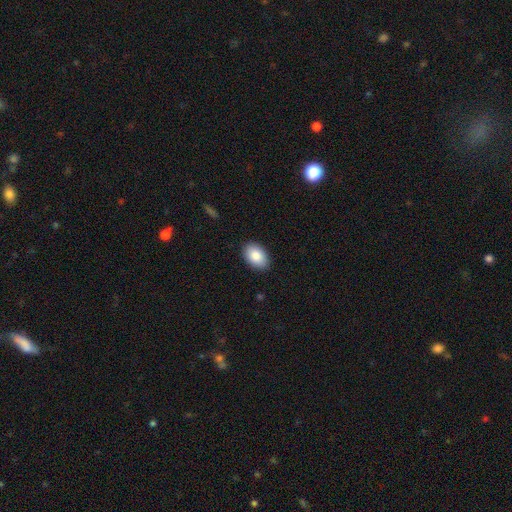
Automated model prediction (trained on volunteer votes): This is clearly a smooth galaxy (87%). How rounded: clearly in between (89%). Merging: clearly none (89%).